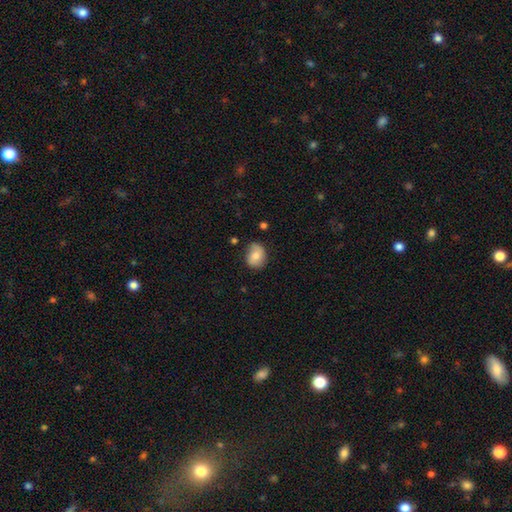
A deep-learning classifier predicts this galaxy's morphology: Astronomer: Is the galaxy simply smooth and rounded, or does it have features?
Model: smooth — 70%.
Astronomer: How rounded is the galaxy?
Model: in between — 50% (runner-up: round, 49%).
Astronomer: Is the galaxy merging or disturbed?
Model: none — 65%.